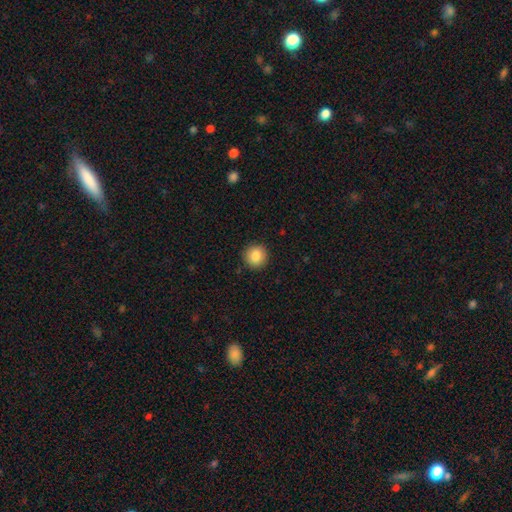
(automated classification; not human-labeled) Overall: smooth (86%). How rounded: round (93%). Merging: none (91%).